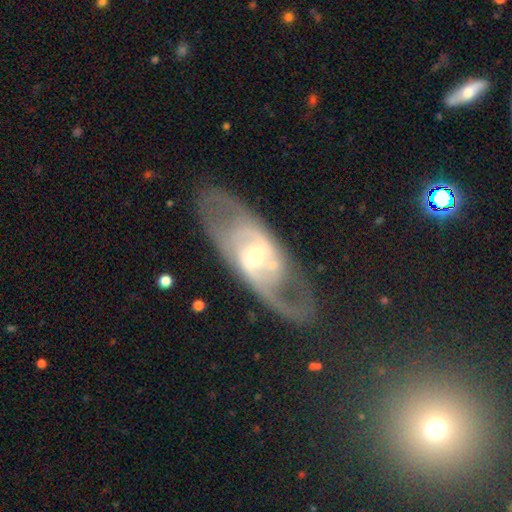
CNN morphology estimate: A featured or disk galaxy (84%) with no bar (43%), 2 (75%) medium (46%) spiral arms (84%) and a small central bulge (57%).

Vote fractions:
- Smooth or featured? featured or disk: 84% / smooth: 10% / star or artifact: 6%
- Edge-on disk? no: 90% / yes: 10%
- Bar? no: 43% / weak: 36% / strong: 21%
- Spiral arms? yes: 84% / no: 16%
- Spiral winding? medium: 46% / tight: 29% / loose: 25%
- Spiral arm count? 2: 75% / can't tell: 14% / 1: 4% / 3: 3% / 4: 2% / more than 4: 2%
- Bulge size? small: 57% / moderate: 38% / large: 3% / none: 1% / dominant: 1%
- Merging? none: 69% / minor disturbance: 14% / major disturbance: 12% / merger: 4%